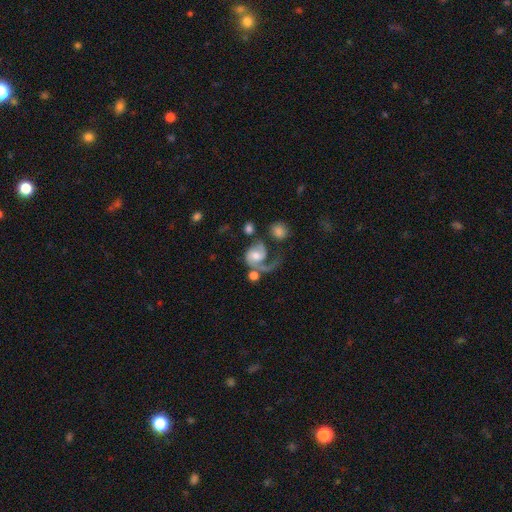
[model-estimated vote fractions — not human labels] Smooth or featured: featured or disk — 74% (smooth — 19%)
Edge-on disk: no — 98% (yes — 2%)
Bar: no — 62% (weak — 31%)
Spiral arms: yes — 91% (no — 9%)
Spiral winding: loose — 43% (medium — 38%)
Spiral arm count: 1 — 63% (2 — 29%)
Bulge size: moderate — 57% (small — 28%)
Merging: major disturbance — 40% (none — 28%)